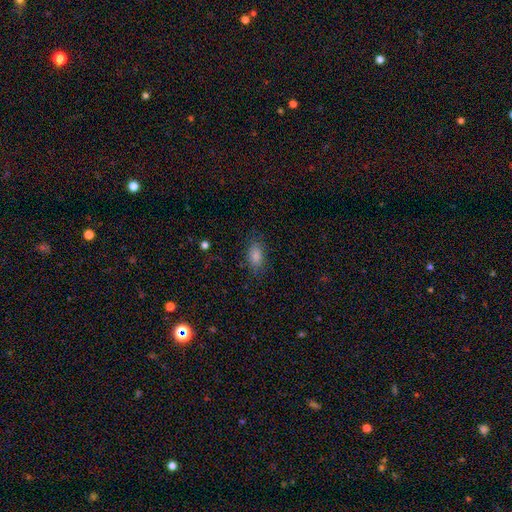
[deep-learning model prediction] The model was most divided on "smooth or featured": smooth: 76%, star or artifact: 15%, featured or disk: 9%. More confident: how rounded — in between (85%); merging — none (82%).